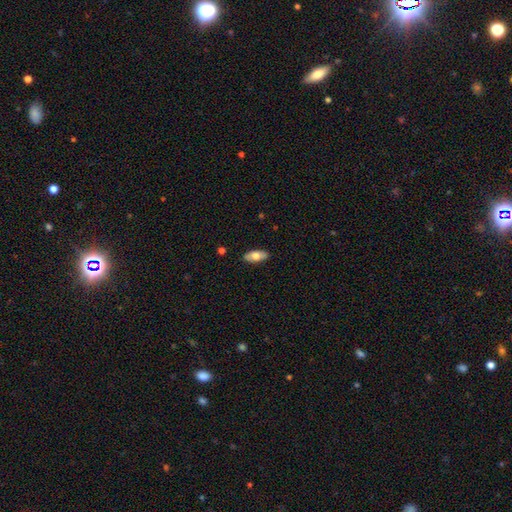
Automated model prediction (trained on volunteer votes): The model was most divided on "smooth or featured": smooth: 69%, featured or disk: 25%, star or artifact: 6%. More confident: merging — none (88%); how rounded — in between (86%).